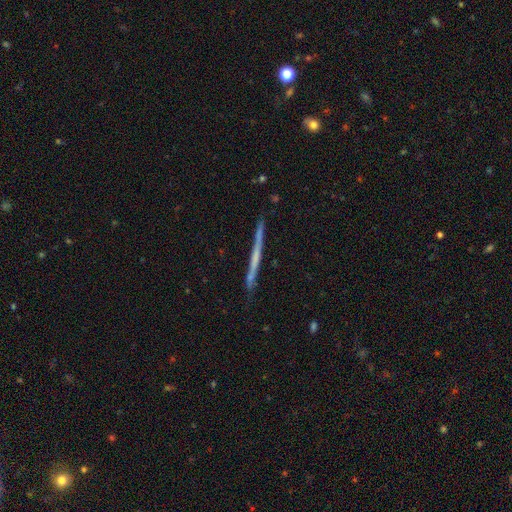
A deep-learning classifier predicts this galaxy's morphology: A featured or disk galaxy (59%) viewed edge-on (97%) with no central bulge (87%).

Vote fractions:
- Smooth or featured? featured or disk: 59% / smooth: 36% / star or artifact: 6%
- Edge-on disk? yes: 97% / no: 3%
- Edge-on bulge? none: 87% / rounded: 8% / boxy: 4%
- Merging? none: 87% / minor disturbance: 9% / merger: 2% / major disturbance: 2%